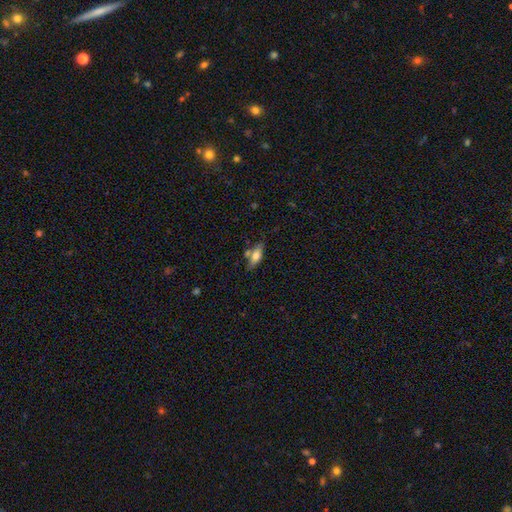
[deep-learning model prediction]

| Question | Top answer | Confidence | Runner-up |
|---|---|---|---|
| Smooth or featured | smooth | 62% | featured or disk (31%) |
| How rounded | in between | 68% | cigar-shaped (29%) |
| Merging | none | 65% | minor disturbance (17%) |